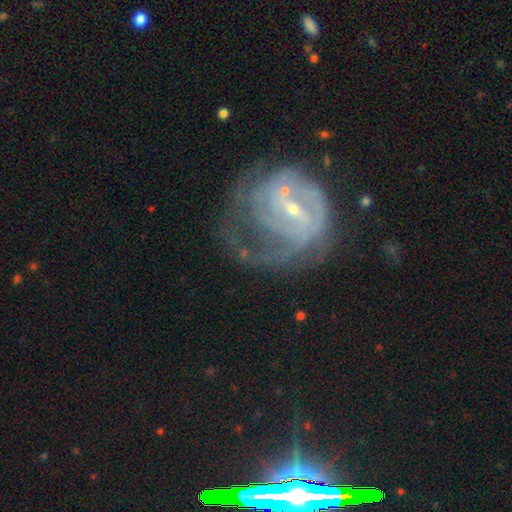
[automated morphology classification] Overall: featured or disk (76%). Edge-on disk: no (97%). Bar: weak (47%; no 28%). Spiral arms: yes (83%). Spiral arm count: can't tell (44%; 2 26%). Spiral winding: tight (52%; medium 34%). Bulge size: small (75%). Merging: none (42%; major disturbance 34%).